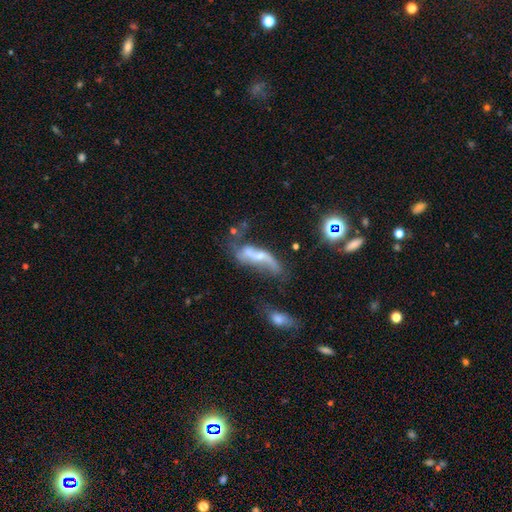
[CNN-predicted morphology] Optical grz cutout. It shows a featured or disk galaxy (67%) with no bar (50%), spiral arms (71%) and a small central bulge (43%). Merging: major disturbance (29%, tied with none).